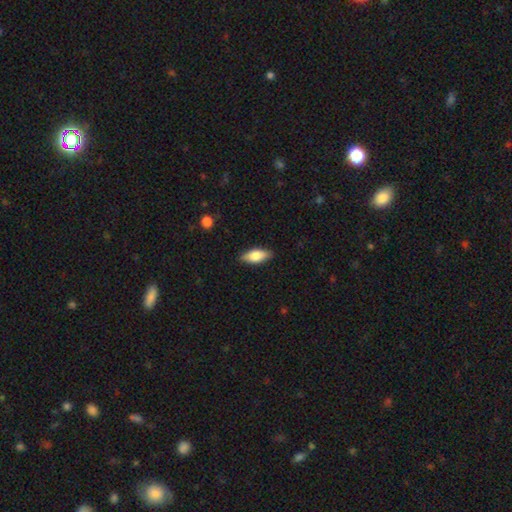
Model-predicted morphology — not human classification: Smooth or featured? Predicted: smooth (p=0.74). How rounded? Predicted: in between (p=0.80). Merging? Predicted: none (p=0.87).